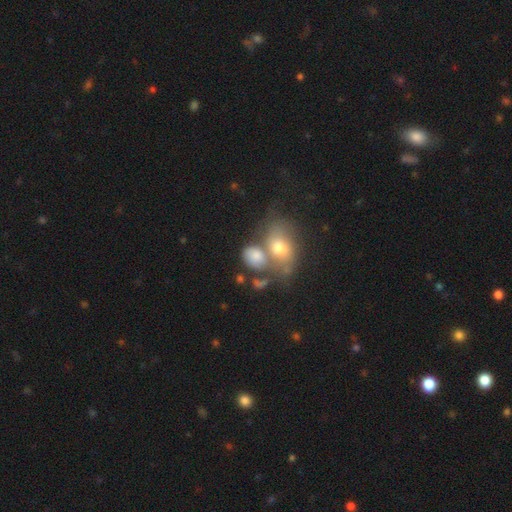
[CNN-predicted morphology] The model was most divided on "merging": merger: 49%, none: 29%, minor disturbance: 13%, major disturbance: 9%. More confident: smooth or featured — smooth (71%); how rounded — in between (68%).